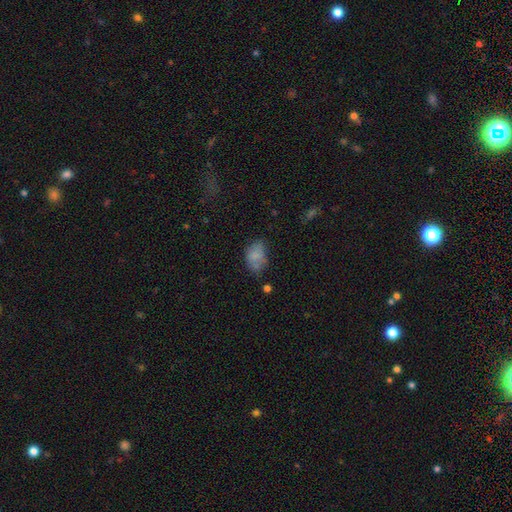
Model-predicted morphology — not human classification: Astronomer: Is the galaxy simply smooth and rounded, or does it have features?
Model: smooth — 77%.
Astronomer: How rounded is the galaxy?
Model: in between — 85%.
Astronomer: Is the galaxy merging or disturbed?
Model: none — 51% (runner-up: minor disturbance, 30%).